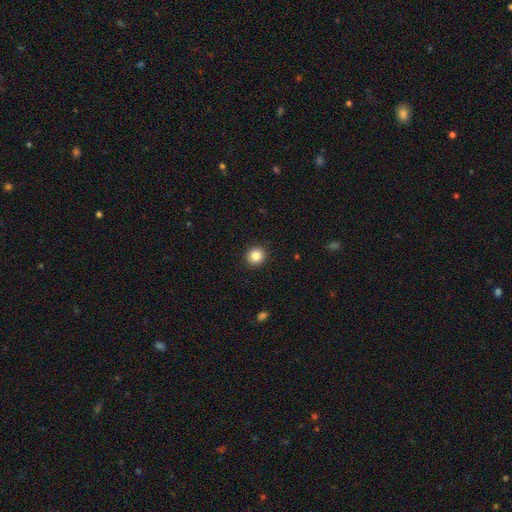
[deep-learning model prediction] smooth-or-featured: smooth: 85% | star or artifact: 10% | featured or disk: 5%
  how-rounded: round: 93% | in between: 6% | cigar-shaped: 1%
  merging: none: 93% | minor disturbance: 5% | major disturbance: 2% | merger: 1%